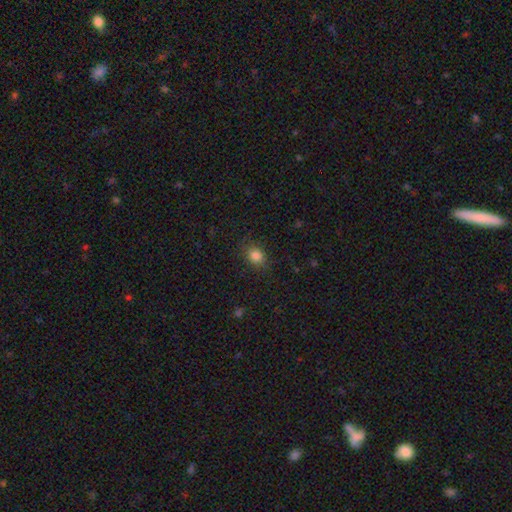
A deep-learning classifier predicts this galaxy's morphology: smooth-or-featured: smooth: 84% | star or artifact: 12% | featured or disk: 5%
  how-rounded: round: 55% | in between: 44% | cigar-shaped: 1%
  merging: none: 84% | minor disturbance: 12% | major disturbance: 4% | merger: 1%